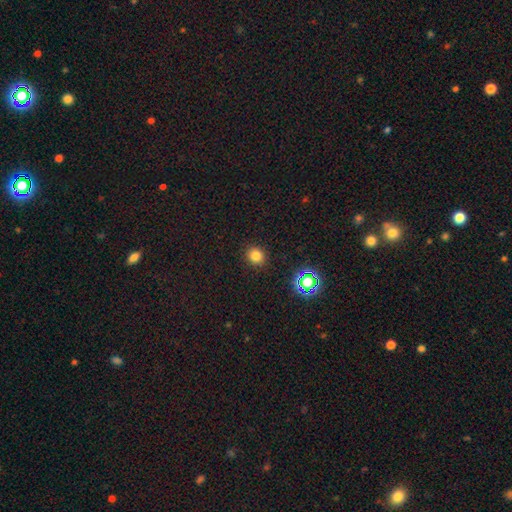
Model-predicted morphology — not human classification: smooth-or-featured: smooth: 80% | star or artifact: 15% | featured or disk: 5%
  how-rounded: round: 83% | in between: 16% | cigar-shaped: 1%
  merging: none: 91% | minor disturbance: 6% | major disturbance: 2% | merger: 1%